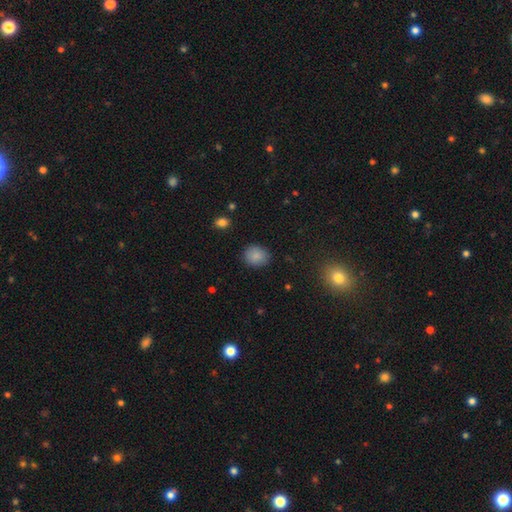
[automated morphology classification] Overall: smooth (85%). How rounded: round (72%). Merging: none (87%).